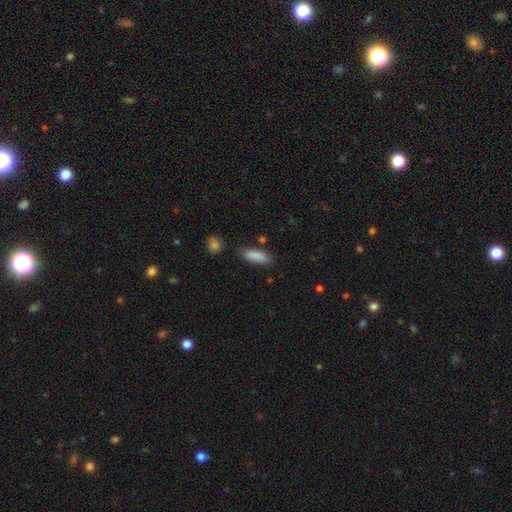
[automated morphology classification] smooth 88%, star or artifact 7%, featured or disk 5%. Down the decision tree: how rounded — in between (61%); merging — none (80%).